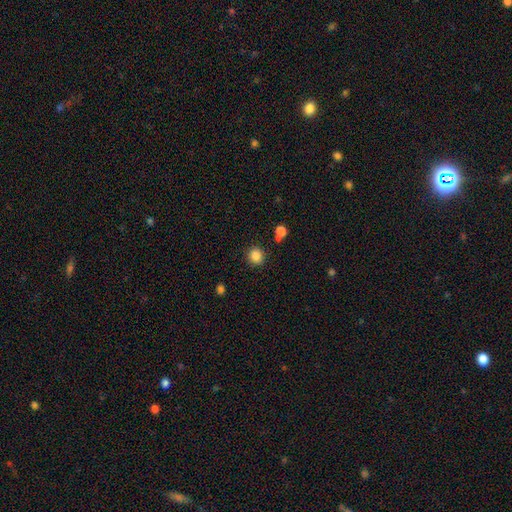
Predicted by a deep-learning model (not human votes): smooth-or-featured: smooth: 86% | star or artifact: 11% | featured or disk: 4%
  how-rounded: round: 87% | in between: 12% | cigar-shaped: 1%
  merging: none: 86% | minor disturbance: 8% | merger: 4% | major disturbance: 3%